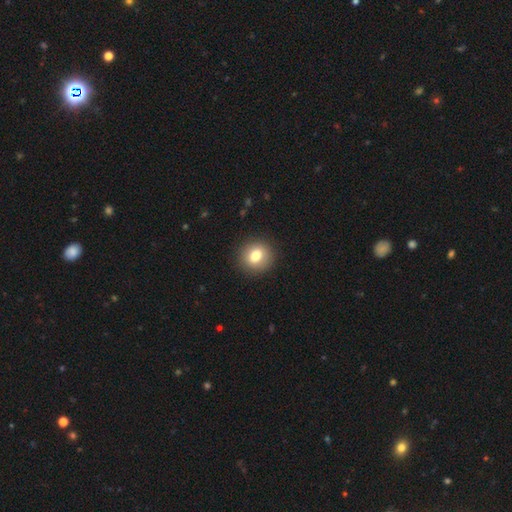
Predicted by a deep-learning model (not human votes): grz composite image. It shows a smooth galaxy with no disk features (78%) that is round (77%). Merging: none (90%).